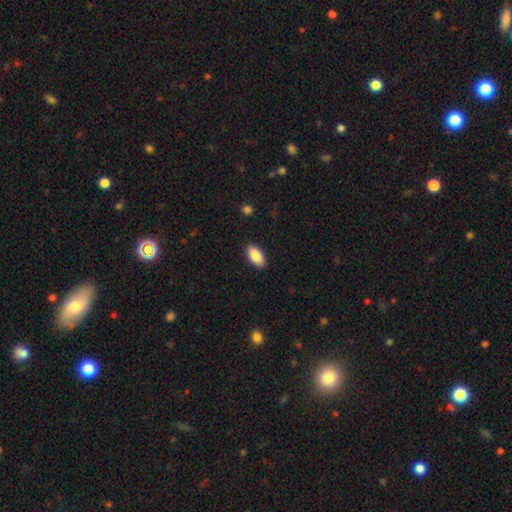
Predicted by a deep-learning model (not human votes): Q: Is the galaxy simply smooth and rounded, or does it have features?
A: smooth — 88%.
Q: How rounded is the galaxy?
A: in between — 93%.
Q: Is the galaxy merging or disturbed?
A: none — 90%.